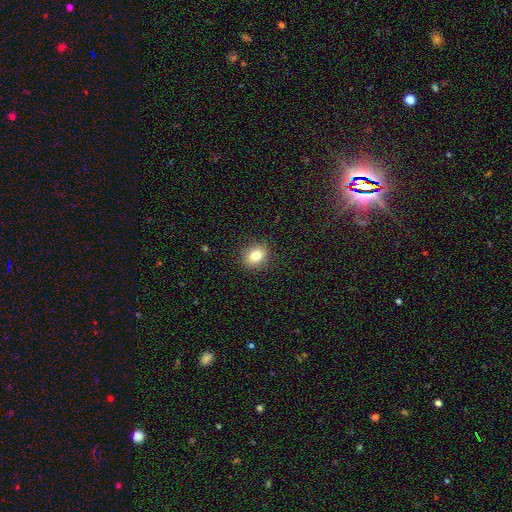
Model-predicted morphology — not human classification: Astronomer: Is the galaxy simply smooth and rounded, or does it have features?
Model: smooth — 81%.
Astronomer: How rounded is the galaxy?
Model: round — 62% (runner-up: in between, 37%).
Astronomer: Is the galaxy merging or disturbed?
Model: none — 90%.